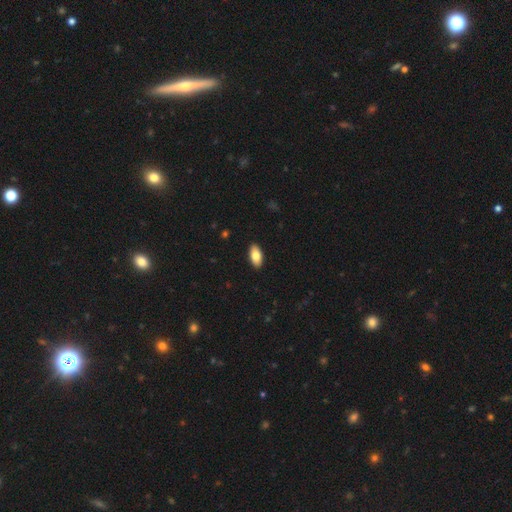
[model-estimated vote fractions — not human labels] smooth-or-featured: smooth: 81% | featured or disk: 13% | star or artifact: 6%
  how-rounded: in between: 92% | cigar-shaped: 5% | round: 3%
  merging: none: 91% | minor disturbance: 7% | major disturbance: 2% | merger: 1%